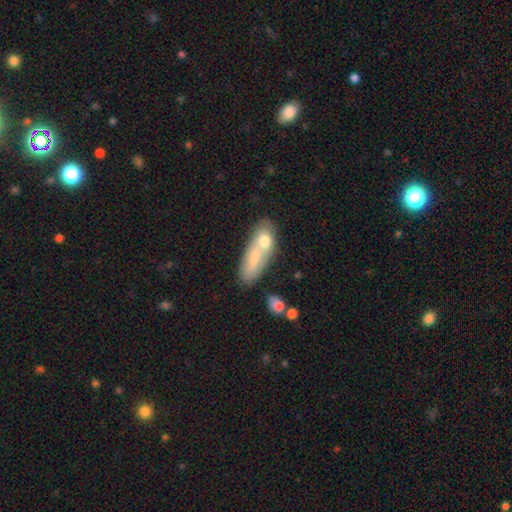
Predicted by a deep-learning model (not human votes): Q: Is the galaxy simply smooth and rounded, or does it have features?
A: smooth — 65%.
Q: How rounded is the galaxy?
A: in between — 53%.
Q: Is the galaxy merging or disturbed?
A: merger — 43%.